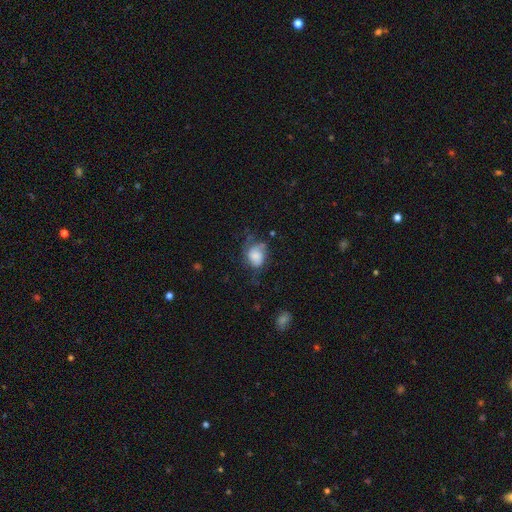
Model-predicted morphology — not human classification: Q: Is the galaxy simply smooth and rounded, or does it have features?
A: smooth — 54%.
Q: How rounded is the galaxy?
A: in between — 58%.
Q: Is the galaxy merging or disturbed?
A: none — 38%.